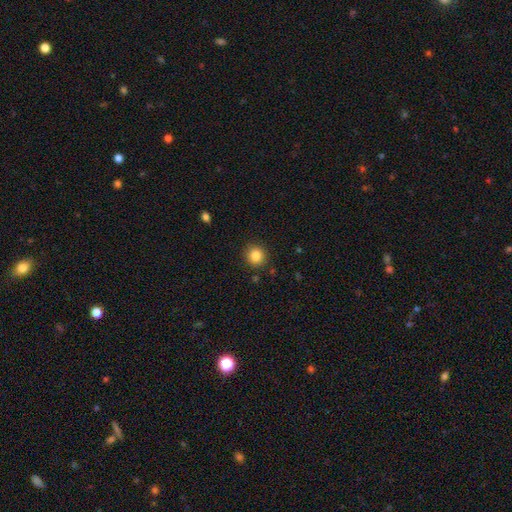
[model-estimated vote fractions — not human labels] Q: Smooth or featured?
A: smooth (85%); runner-up: star or artifact (10%)
Q: How rounded?
A: round (91%); runner-up: in between (8%)
Q: Merging?
A: none (89%); runner-up: minor disturbance (7%)